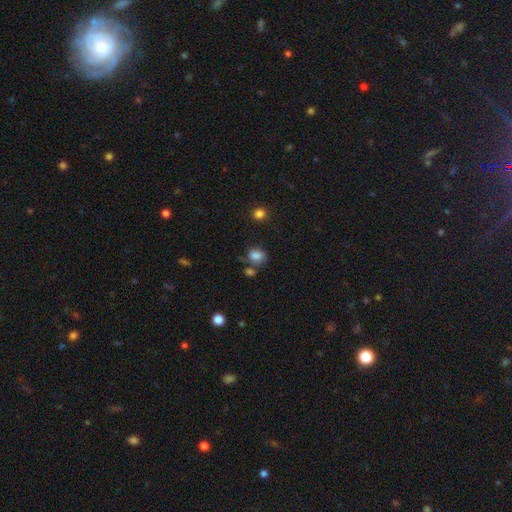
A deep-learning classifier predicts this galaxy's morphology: Q: Smooth or featured?
A: smooth (80%); runner-up: star or artifact (12%)
Q: How rounded?
A: round (51%); runner-up: in between (47%)
Q: Merging?
A: none (57%); runner-up: minor disturbance (18%)